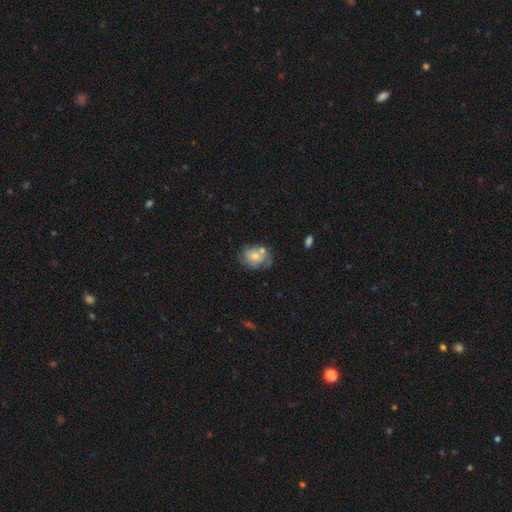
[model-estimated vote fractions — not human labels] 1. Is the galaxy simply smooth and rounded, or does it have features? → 60% smooth, 31% featured or disk, 9% star or artifact.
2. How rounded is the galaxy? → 52% round, 47% in between, 1% cigar-shaped.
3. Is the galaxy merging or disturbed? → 47% none, 25% minor disturbance, 16% merger, 11% major disturbance.